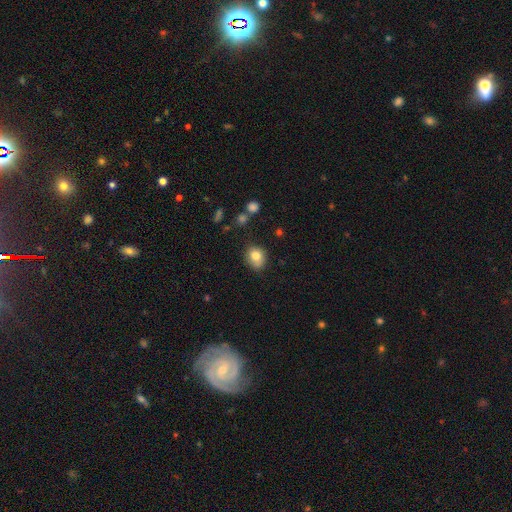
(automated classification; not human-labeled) Morphology: type=smooth (80%); roundness=round (61%); merging=none (71%).